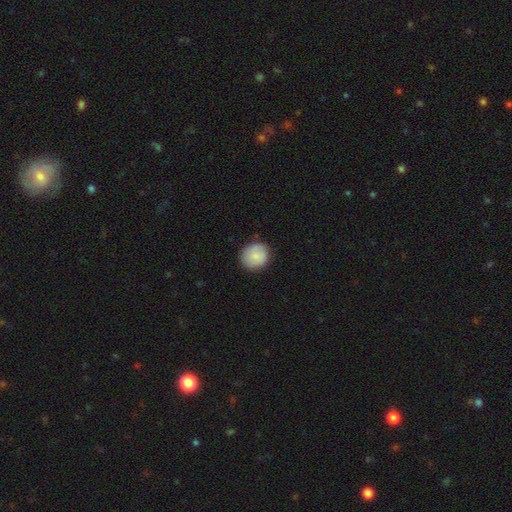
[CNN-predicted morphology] Smooth or featured? smooth (83%)
How rounded? round (88%)
Merging? none (85%)